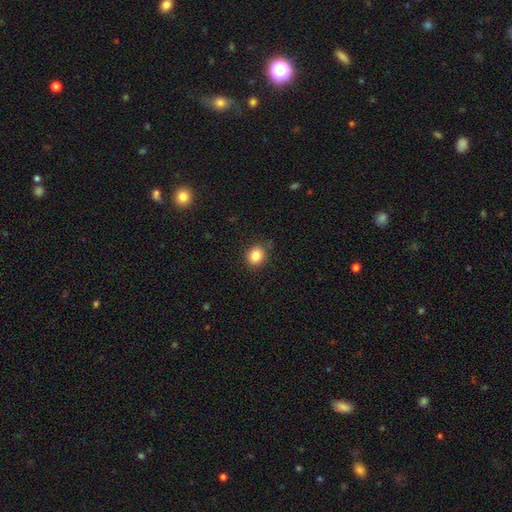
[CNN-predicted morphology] smooth-or-featured: smooth: 84% | star or artifact: 10% | featured or disk: 6%
  how-rounded: round: 66% | in between: 34% | cigar-shaped: 1%
  merging: none: 77% | minor disturbance: 18% | major disturbance: 3% | merger: 2%